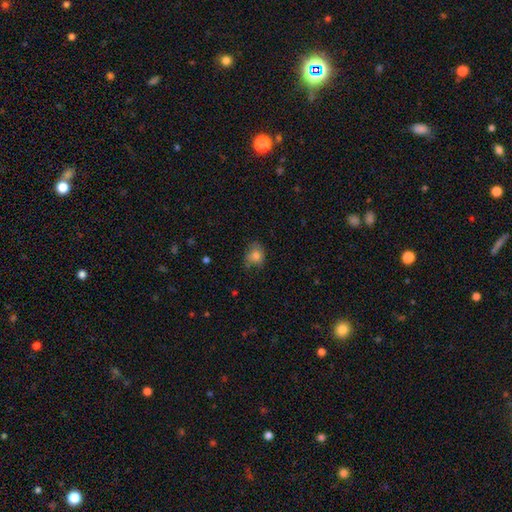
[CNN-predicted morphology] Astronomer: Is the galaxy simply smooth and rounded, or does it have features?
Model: smooth — 78%.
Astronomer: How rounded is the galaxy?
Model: round — 57% (runner-up: in between, 42%).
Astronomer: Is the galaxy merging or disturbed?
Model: none — 58%.